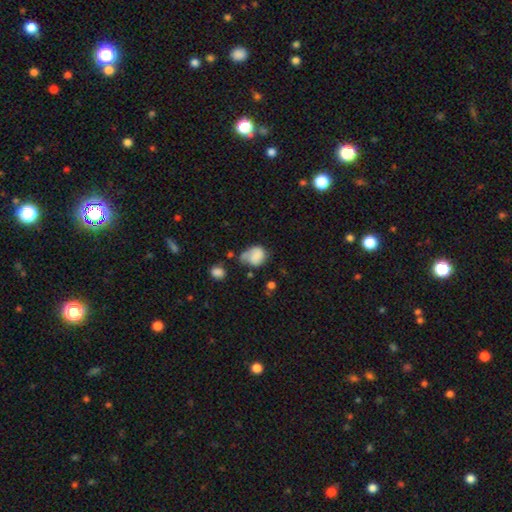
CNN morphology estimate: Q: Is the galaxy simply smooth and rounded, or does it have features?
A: smooth — 69%.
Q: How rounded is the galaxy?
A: in between — 54%.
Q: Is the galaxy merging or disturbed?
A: minor disturbance — 32%, tied with none.